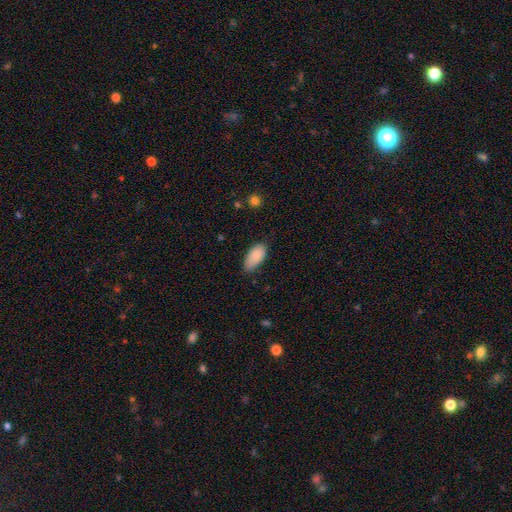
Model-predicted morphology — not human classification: type=smooth (87%); roundness=in between (93%); merging=none (66%).